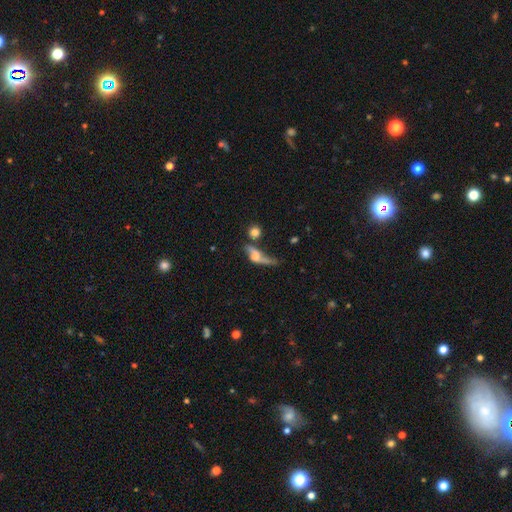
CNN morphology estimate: featured or disk 49%, smooth 39%, star or artifact 12%. Down the decision tree: merging — major disturbance (31%).